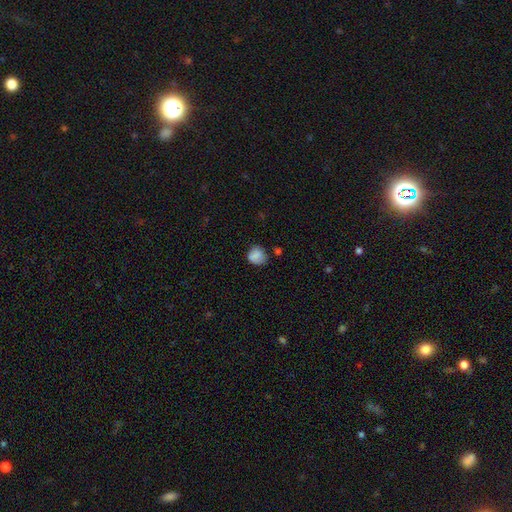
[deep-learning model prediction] smooth 82%, star or artifact 9%, featured or disk 9%. Down the decision tree: how rounded — round (73%); merging — none (61%).